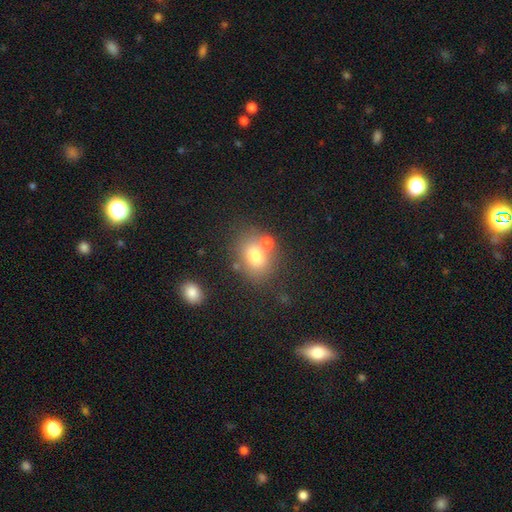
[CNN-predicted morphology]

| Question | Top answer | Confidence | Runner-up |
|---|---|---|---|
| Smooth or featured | smooth | 73% | featured or disk (15%) |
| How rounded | in between | 57% | round (42%) |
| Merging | none | 64% | merger (18%) |